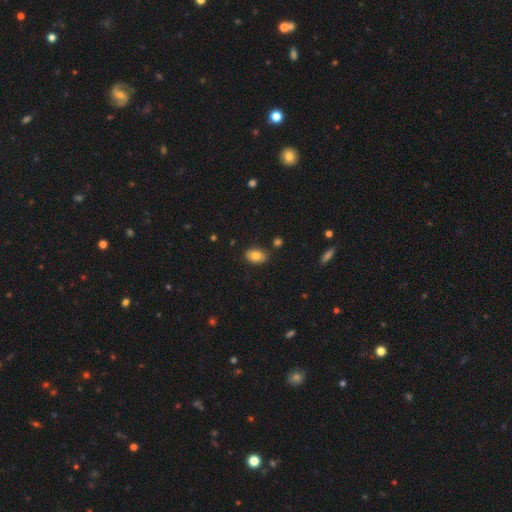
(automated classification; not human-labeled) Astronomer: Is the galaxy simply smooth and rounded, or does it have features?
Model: smooth — 82%.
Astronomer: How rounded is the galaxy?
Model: in between — 90%.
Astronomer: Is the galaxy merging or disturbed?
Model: none — 84%.